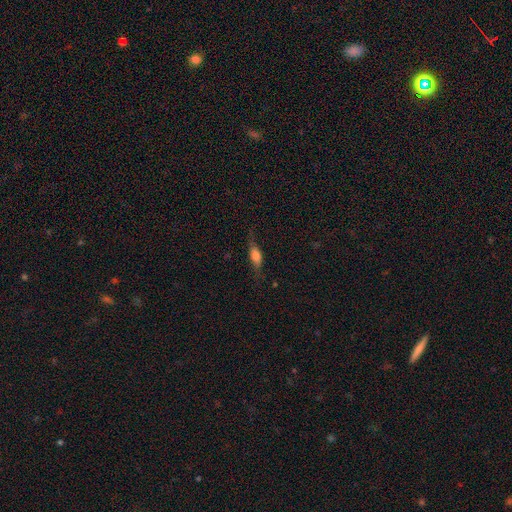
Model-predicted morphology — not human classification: type=smooth (59%); roundness=in between (64%); merging=none (65%).